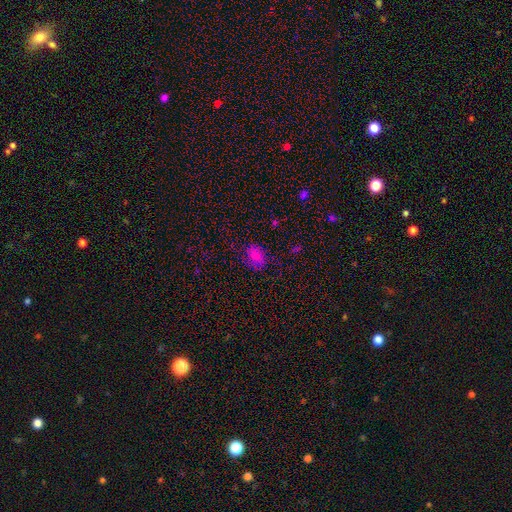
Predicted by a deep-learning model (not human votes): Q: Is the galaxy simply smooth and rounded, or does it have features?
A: smooth — 76%.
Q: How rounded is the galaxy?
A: in between — 74%.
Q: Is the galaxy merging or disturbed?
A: none — 70%.